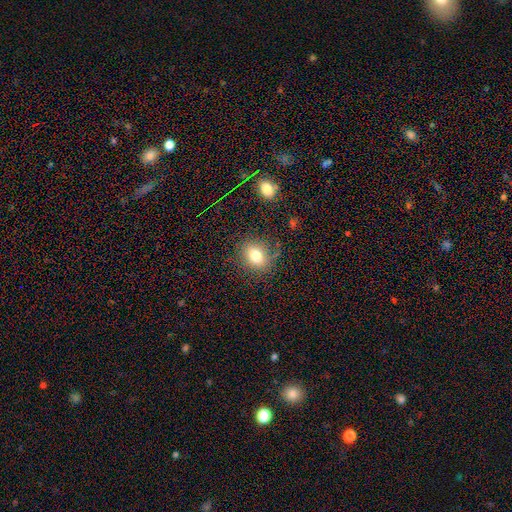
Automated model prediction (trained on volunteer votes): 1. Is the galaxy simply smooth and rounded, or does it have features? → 76% smooth, 13% star or artifact, 11% featured or disk.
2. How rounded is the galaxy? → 54% round, 45% in between, 1% cigar-shaped.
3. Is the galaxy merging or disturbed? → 79% none, 13% minor disturbance, 5% major disturbance, 2% merger.